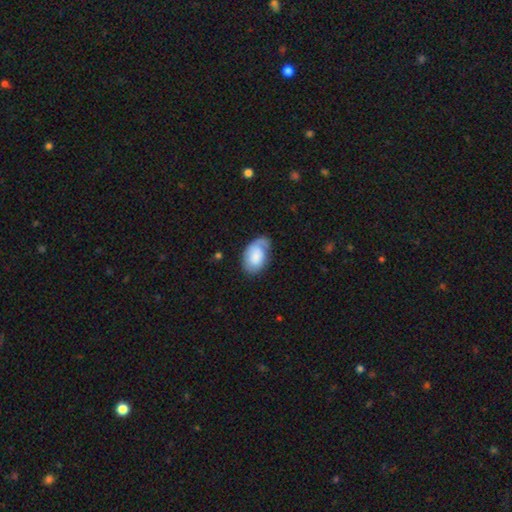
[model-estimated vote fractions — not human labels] Smooth or featured: smooth — 60% (featured or disk — 33%)
How rounded: in between — 91% (round — 8%)
Merging: none — 52% (minor disturbance — 31%)